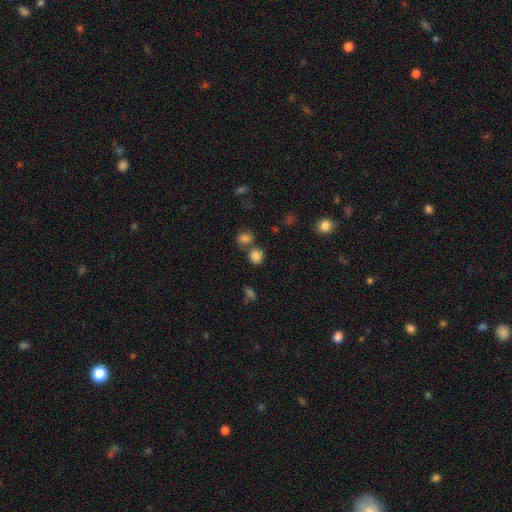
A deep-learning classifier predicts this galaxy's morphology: The model was most divided on "merging": none: 64%, merger: 24%, minor disturbance: 9%, major disturbance: 4%. More confident: smooth or featured — smooth (83%); how rounded — round (81%).